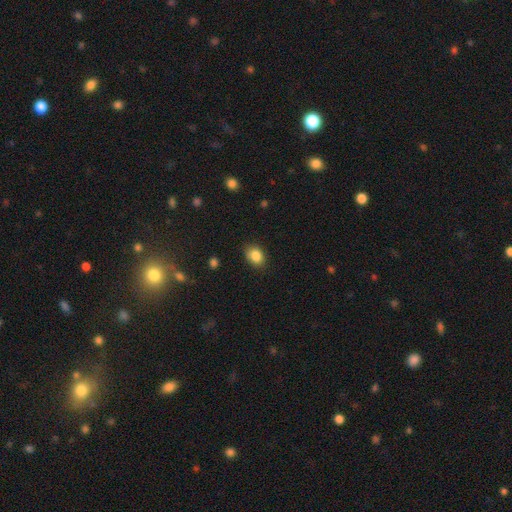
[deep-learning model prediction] Smooth or featured? Predicted: smooth (p=0.86). How rounded? Predicted: in between (p=0.67). Merging? Predicted: none (p=0.82).